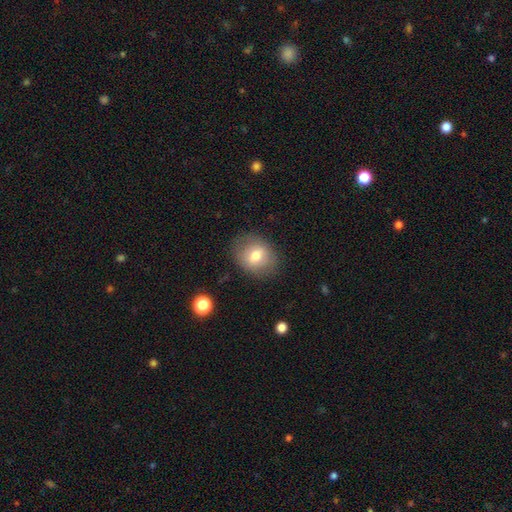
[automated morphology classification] Overall: smooth (69%). How rounded: round (52%; in between 47%). Merging: none (81%).